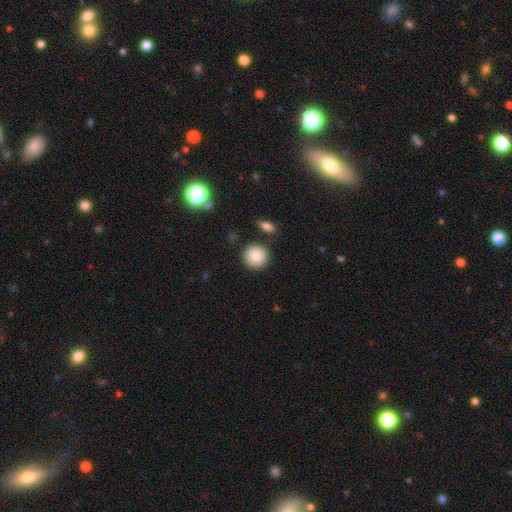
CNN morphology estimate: The model was most divided on "smooth or featured": smooth: 85%, star or artifact: 8%, featured or disk: 7%. More confident: how rounded — round (93%); merging — none (87%).